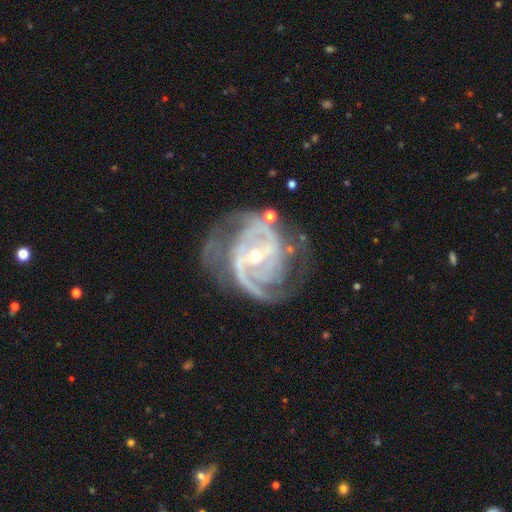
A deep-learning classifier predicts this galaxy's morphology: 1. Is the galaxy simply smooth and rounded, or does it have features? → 92% featured or disk, 5% star or artifact, 3% smooth.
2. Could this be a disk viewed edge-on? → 97% no, 3% yes.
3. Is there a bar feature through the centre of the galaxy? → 39% weak, 35% strong, 27% no.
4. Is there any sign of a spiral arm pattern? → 97% yes, 3% no.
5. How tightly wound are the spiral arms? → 47% medium, 41% tight, 12% loose.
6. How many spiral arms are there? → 53% 2, 20% 3, 12% can't tell, 6% 4, 4% 1, 4% more than 4.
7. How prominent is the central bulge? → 68% small, 28% moderate, 1% large, 1% none, 1% dominant.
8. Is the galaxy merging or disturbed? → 59% none, 21% minor disturbance, 17% major disturbance, 3% merger.